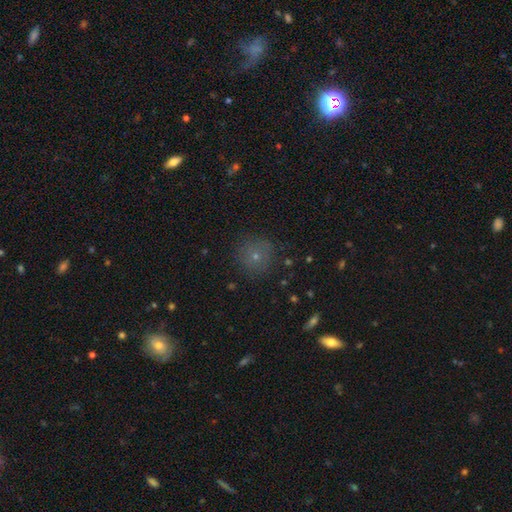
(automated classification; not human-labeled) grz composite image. It shows a smooth galaxy with no disk features (66%) that is round (94%). Merging: none (85%).